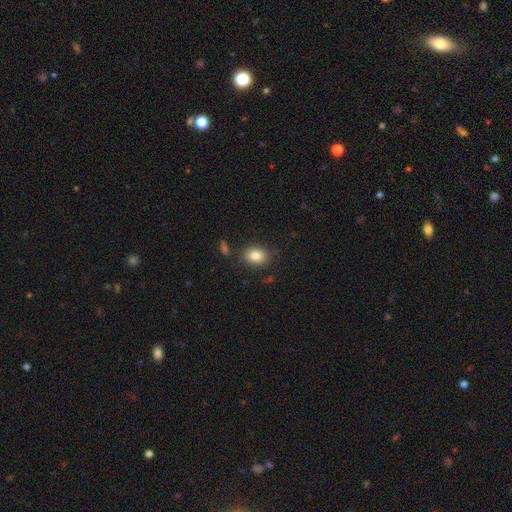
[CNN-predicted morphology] Smooth or featured? Predicted: smooth (p=0.84). How rounded? Predicted: in between (p=0.67). Merging? Predicted: none (p=0.82).